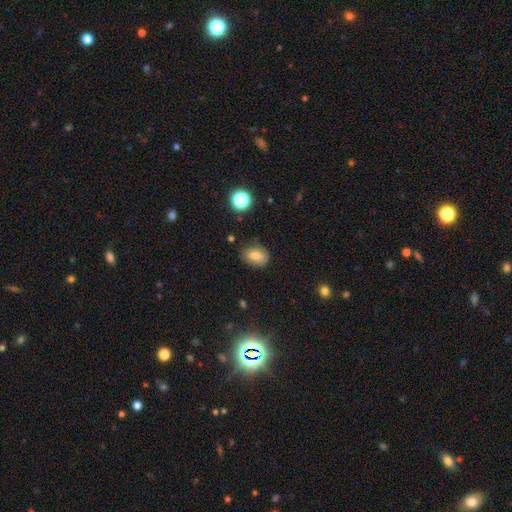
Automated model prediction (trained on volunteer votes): Smooth or featured? smooth (72%)
How rounded? in between (77%)
Merging? none (73%)